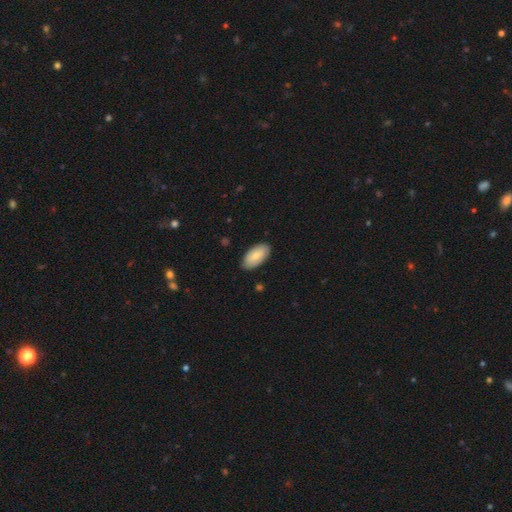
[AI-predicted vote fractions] smooth-or-featured: smooth: 75% | featured or disk: 19% | star or artifact: 6%
  how-rounded: in between: 95% | cigar-shaped: 3% | round: 2%
  merging: none: 84% | minor disturbance: 13% | major disturbance: 2% | merger: 1%